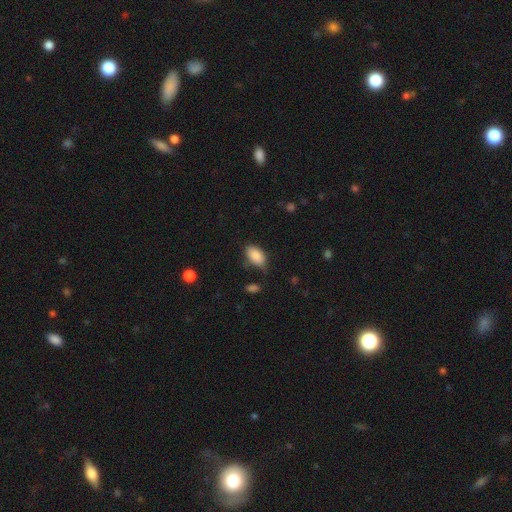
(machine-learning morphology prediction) This appears to be a smooth galaxy with no disk features (88%) that is in between round and cigar-shaped (93%). Merging: none (69%).